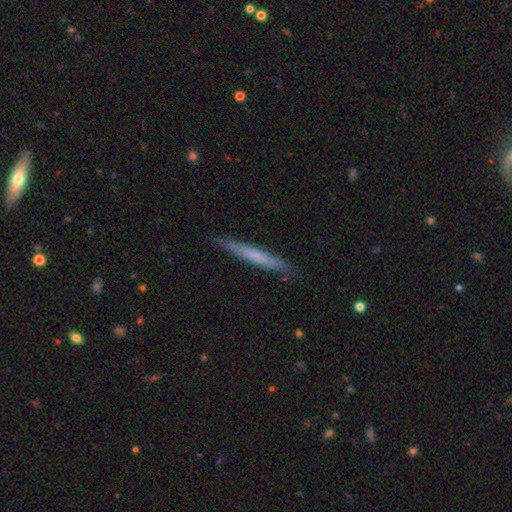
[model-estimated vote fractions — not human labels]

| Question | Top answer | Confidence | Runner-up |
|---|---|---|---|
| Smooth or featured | smooth | 60% | featured or disk (35%) |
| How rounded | cigar-shaped | 96% | in between (2%) |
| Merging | none | 88% | minor disturbance (9%) |